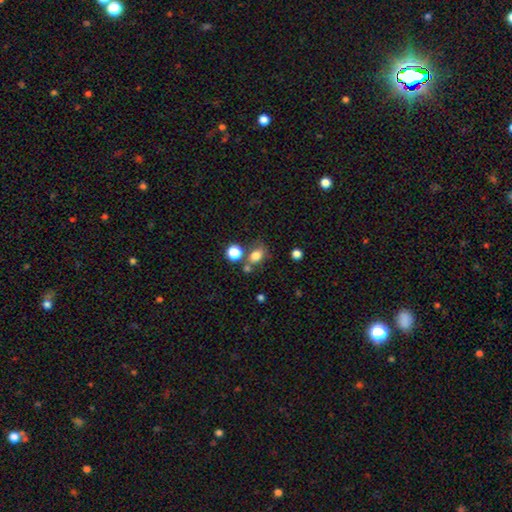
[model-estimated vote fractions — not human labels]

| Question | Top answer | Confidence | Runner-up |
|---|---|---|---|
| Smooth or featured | smooth | 78% | star or artifact (13%) |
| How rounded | in between | 61% | round (38%) |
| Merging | none | 55% | merger (22%) |